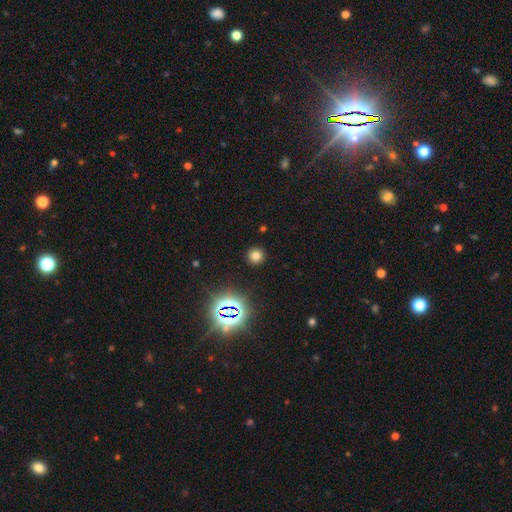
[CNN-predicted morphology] type=smooth (72%); roundness=round (94%); merging=none (92%).